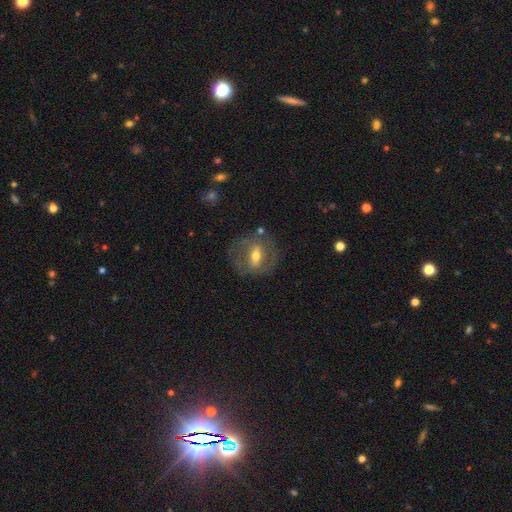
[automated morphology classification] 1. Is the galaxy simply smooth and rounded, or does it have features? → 62% featured or disk, 28% smooth, 9% star or artifact.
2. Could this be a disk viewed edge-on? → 89% no, 11% yes.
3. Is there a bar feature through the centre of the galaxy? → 40% weak, 36% strong, 24% no.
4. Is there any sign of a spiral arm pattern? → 57% no, 43% yes.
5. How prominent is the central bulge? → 66% moderate, 25% small, 7% large, 1% none, 1% dominant.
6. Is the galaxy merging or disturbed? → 71% none, 16% minor disturbance, 10% major disturbance, 3% merger.